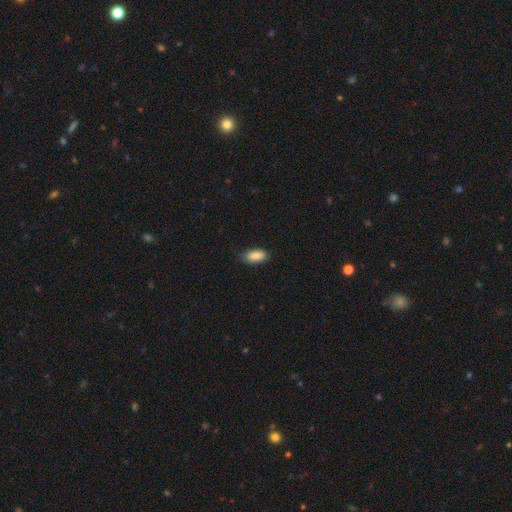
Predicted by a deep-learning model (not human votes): Q: Smooth or featured?
A: smooth (88%); runner-up: star or artifact (7%)
Q: How rounded?
A: in between (89%); runner-up: cigar-shaped (8%)
Q: Merging?
A: none (79%); runner-up: minor disturbance (17%)